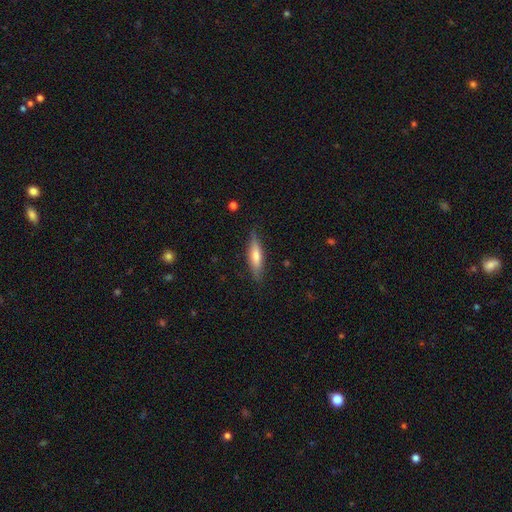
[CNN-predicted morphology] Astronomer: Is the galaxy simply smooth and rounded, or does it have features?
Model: smooth — 56% (runner-up: featured or disk, 38%).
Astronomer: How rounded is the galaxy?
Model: cigar-shaped — 73%.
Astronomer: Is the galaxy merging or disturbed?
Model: none — 82%.